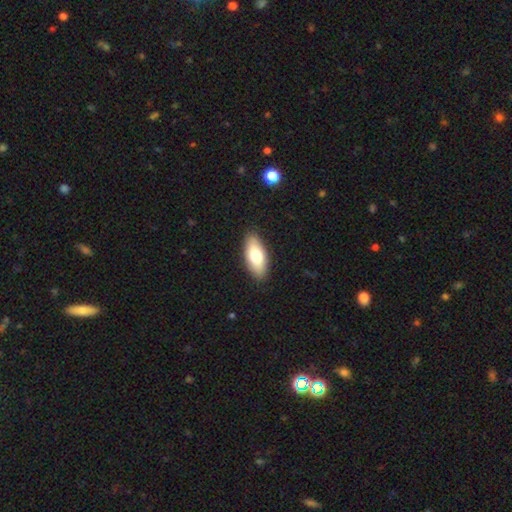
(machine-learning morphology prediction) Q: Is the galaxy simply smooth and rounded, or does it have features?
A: smooth — 73%.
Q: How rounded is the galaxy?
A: in between — 82%.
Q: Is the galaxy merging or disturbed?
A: none — 89%.